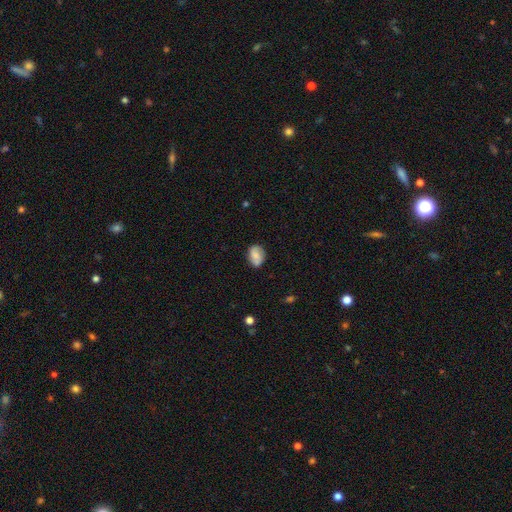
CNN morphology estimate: smooth 63%, featured or disk 28%, star or artifact 8%. Down the decision tree: how rounded — in between (70%); merging — none (75%).